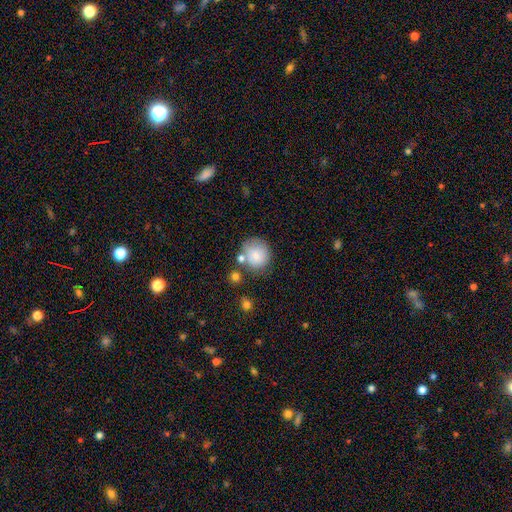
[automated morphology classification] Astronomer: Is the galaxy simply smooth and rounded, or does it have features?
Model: smooth — 77%.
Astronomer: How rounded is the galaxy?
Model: round — 89%.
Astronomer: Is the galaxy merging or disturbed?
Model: none — 65%.